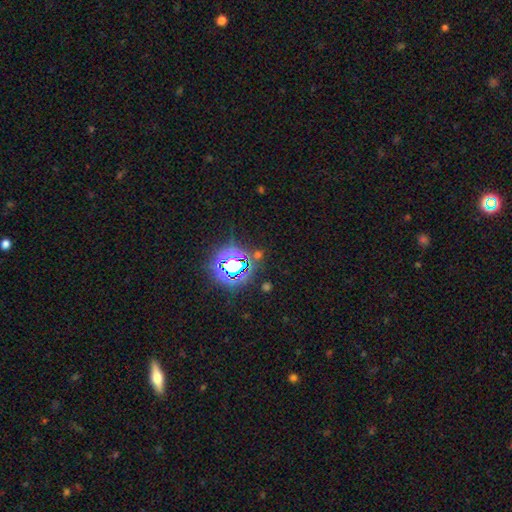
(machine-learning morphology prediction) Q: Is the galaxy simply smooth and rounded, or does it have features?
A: star or artifact — 78%.